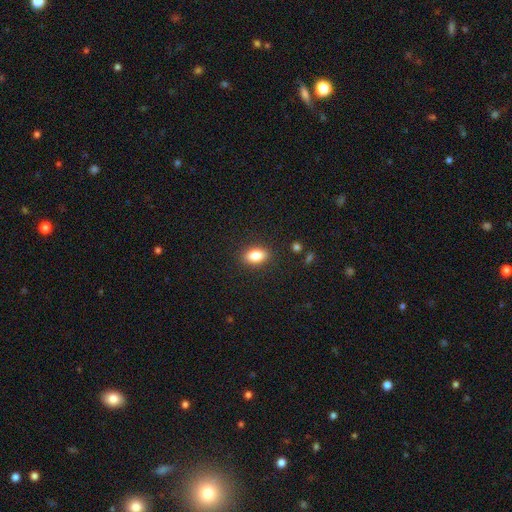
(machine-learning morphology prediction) Overall: smooth (84%). How rounded: in between (86%). Merging: none (88%).